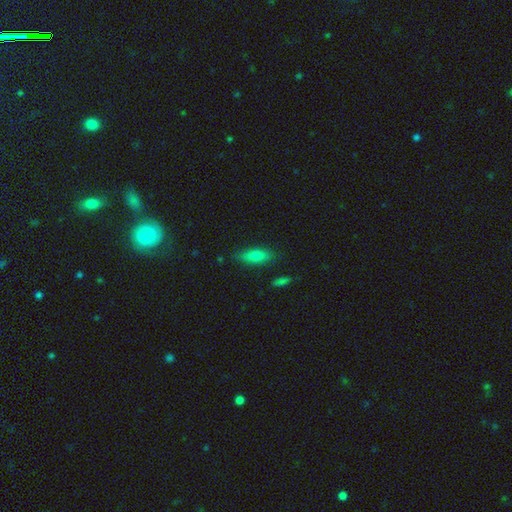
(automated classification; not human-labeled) Morphology: type=smooth (77%); roundness=in between (68%); merging=none (82%).